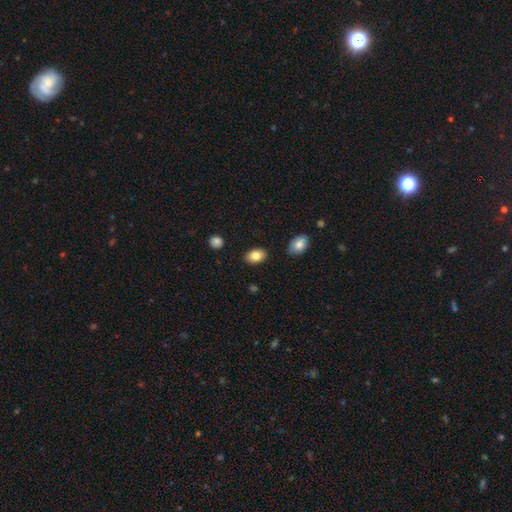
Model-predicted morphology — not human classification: The model was most divided on "smooth or featured": smooth: 83%, featured or disk: 10%, star or artifact: 8%. More confident: how rounded — in between (88%); merging — none (86%).